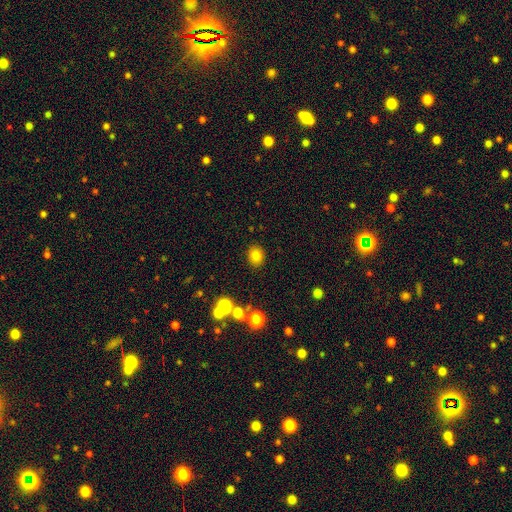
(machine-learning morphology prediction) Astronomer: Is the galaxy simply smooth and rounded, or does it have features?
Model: smooth — 79%.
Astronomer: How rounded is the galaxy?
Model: round — 69%.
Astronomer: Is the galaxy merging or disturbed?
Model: none — 87%.